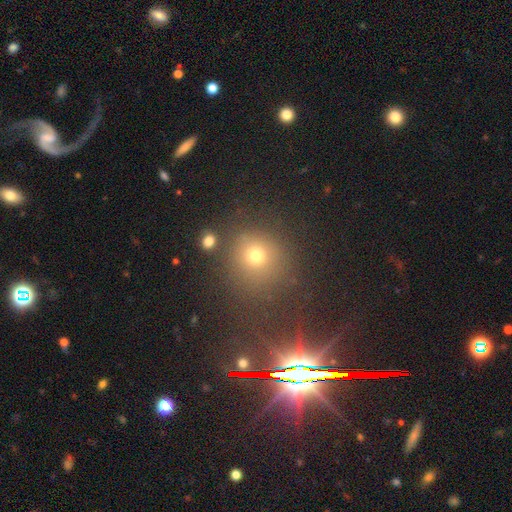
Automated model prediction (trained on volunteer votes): Overall: smooth (68%). How rounded: round (89%). Merging: none (78%).